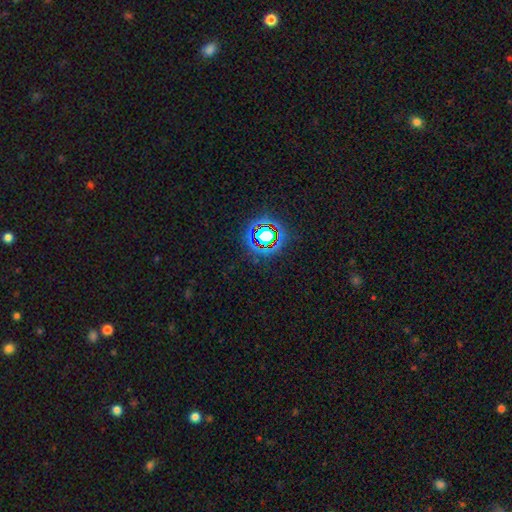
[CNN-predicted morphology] A star or artifact, not a galaxy (65%).

Vote fractions:
- Smooth or featured? star or artifact: 65% / smooth: 23% / featured or disk: 12%